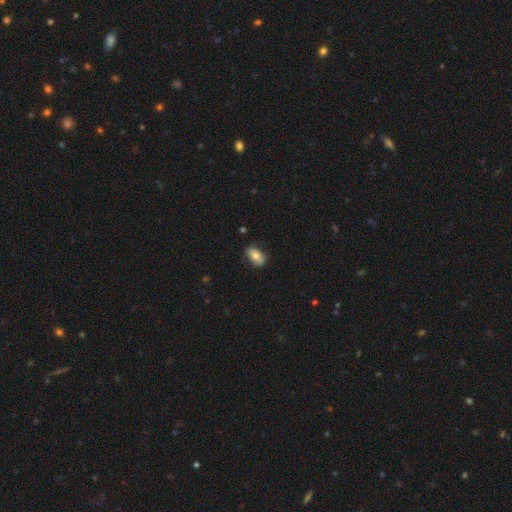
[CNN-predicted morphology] A smooth galaxy with no disk features (74%) that is in between round and cigar-shaped (89%). Merging: none (79%).